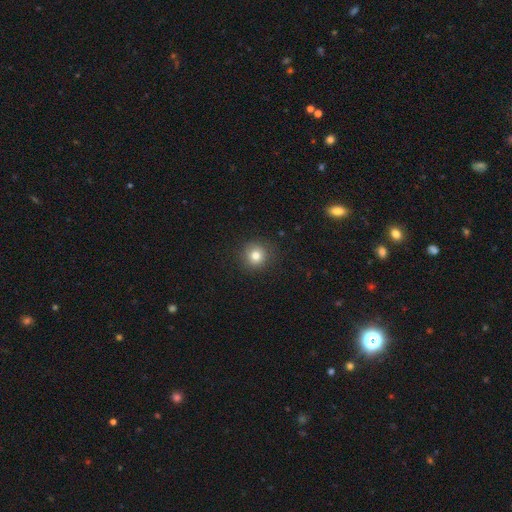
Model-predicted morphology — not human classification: Smooth or featured? smooth (80%)
How rounded? round (93%)
Merging? none (89%)